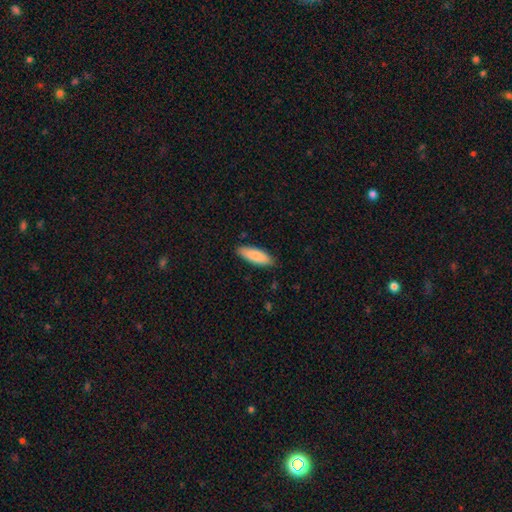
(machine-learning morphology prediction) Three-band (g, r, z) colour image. It shows a smooth galaxy with no disk features (86%) that is in between round and cigar-shaped (58%). Merging: none (86%).